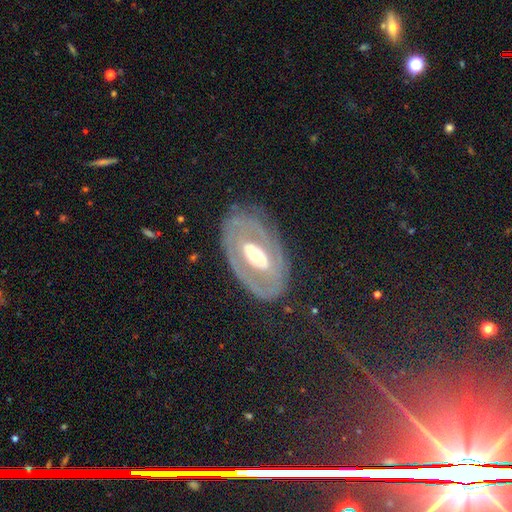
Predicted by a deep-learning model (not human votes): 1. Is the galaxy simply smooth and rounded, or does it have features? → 74% featured or disk, 20% smooth, 5% star or artifact.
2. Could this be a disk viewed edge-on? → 92% no, 8% yes.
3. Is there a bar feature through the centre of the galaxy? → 52% no, 28% weak, 20% strong.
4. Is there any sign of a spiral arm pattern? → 56% no, 44% yes.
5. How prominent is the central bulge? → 64% moderate, 19% small, 14% large, 2% dominant, 1% none.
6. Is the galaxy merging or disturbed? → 74% none, 15% minor disturbance, 9% major disturbance, 2% merger.